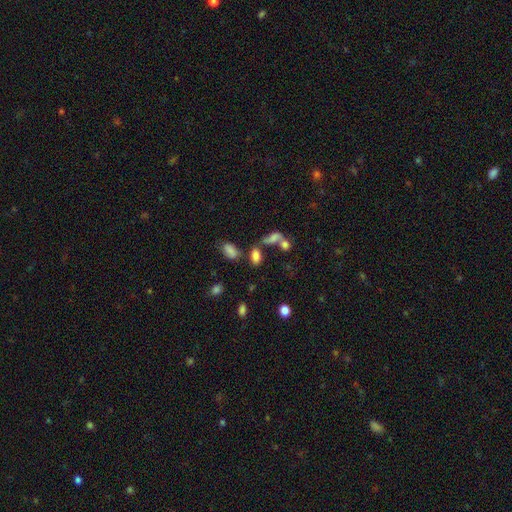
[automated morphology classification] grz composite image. It shows a smooth galaxy with no disk features (74%) that is in between round and cigar-shaped (86%). Merging: none (48%).